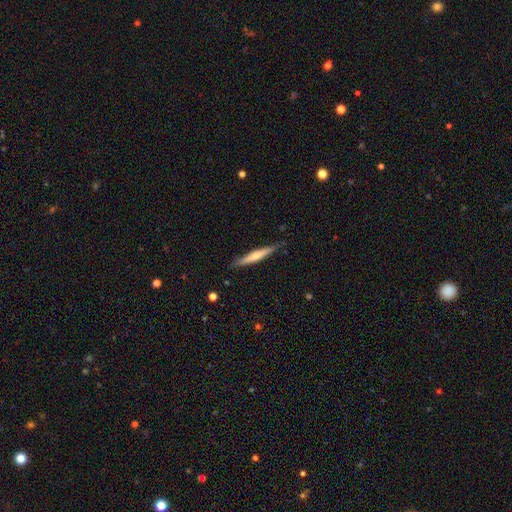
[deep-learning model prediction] A featured or disk galaxy (52%) viewed edge-on (96%). Merging: none (86%).